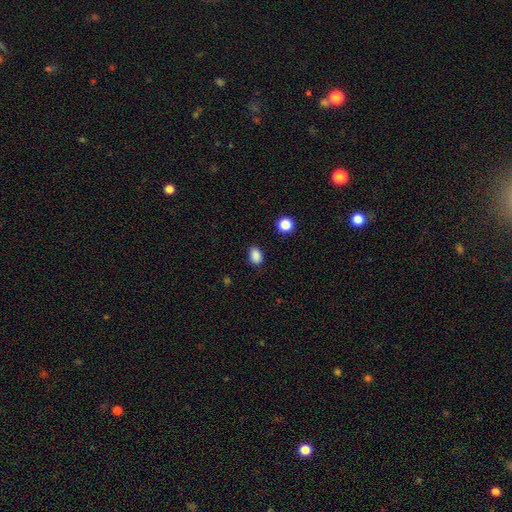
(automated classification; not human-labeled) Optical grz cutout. It shows a smooth galaxy with no disk features (87%) that is in between round and cigar-shaped (75%). Merging: none (86%).